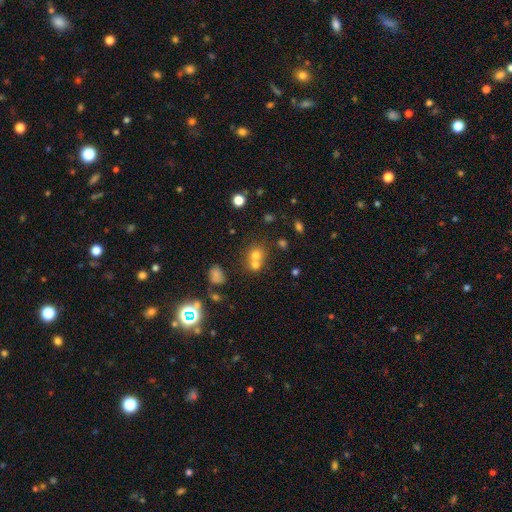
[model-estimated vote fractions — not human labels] A smooth galaxy with no disk features (68%) that is round (77%). Merging: merger (54%).